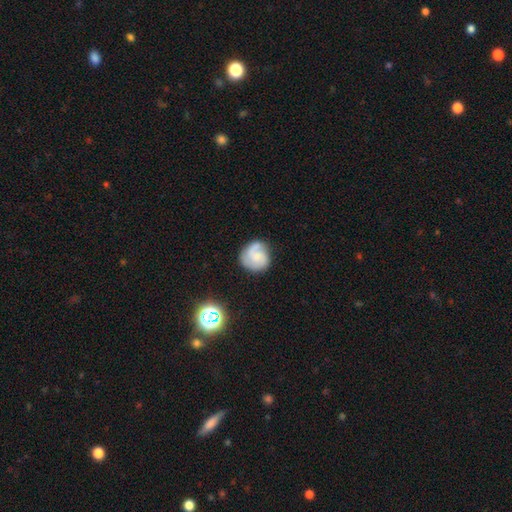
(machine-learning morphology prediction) smooth_or_featured: featured or disk (p=0.51) [alt: smooth p=0.41]
disk_edge_on: no (p=0.98) [alt: yes p=0.02]
bar: no (p=0.70) [alt: weak p=0.26]
has_spiral_arms: yes (p=0.85) [alt: no p=0.15]
bulge_size: small (p=0.41) [alt: none p=0.30]
merging: none (p=0.63) [alt: minor disturbance p=0.22]